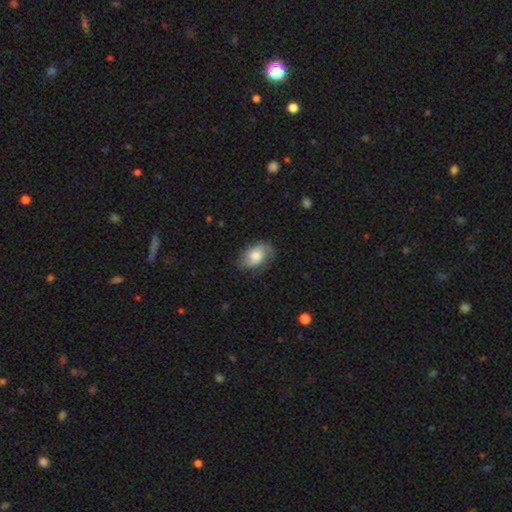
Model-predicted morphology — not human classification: smooth 50%, featured or disk 43%, star or artifact 7%. Down the decision tree: merging — none (68%).